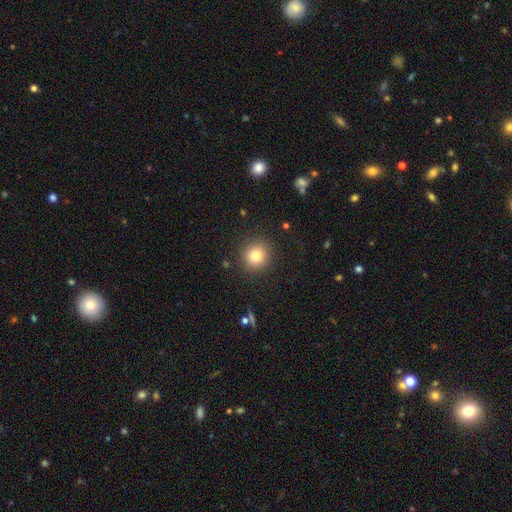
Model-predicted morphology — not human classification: A smooth galaxy with no disk features (80%) that is round (90%).

Vote fractions:
- Smooth or featured? smooth: 80% / star or artifact: 12% / featured or disk: 8%
- How rounded? round: 90% / in between: 9% / cigar-shaped: 1%
- Merging? none: 90% / minor disturbance: 7% / major disturbance: 3% / merger: 1%